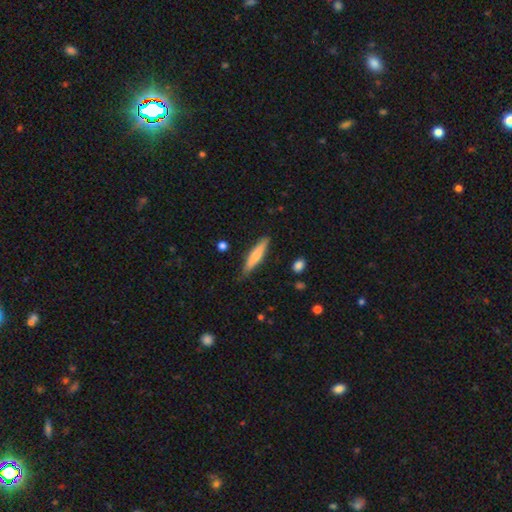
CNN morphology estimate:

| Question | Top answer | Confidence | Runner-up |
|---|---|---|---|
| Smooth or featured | smooth | 66% | featured or disk (28%) |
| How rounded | cigar-shaped | 86% | in between (13%) |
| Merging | none | 83% | minor disturbance (13%) |